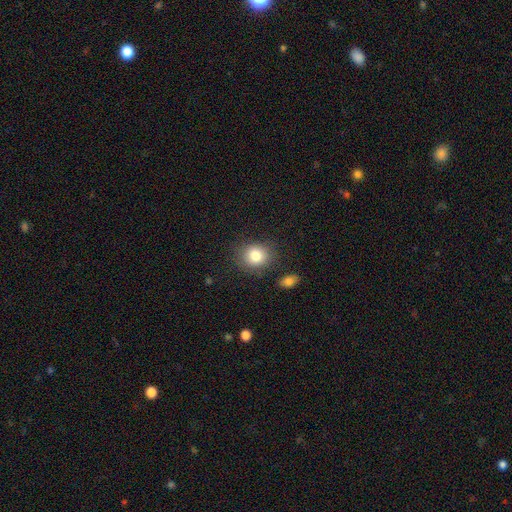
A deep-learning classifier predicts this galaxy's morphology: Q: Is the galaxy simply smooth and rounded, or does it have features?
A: smooth — 82%.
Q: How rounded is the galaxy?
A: round — 72%.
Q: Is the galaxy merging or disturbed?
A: none — 81%.